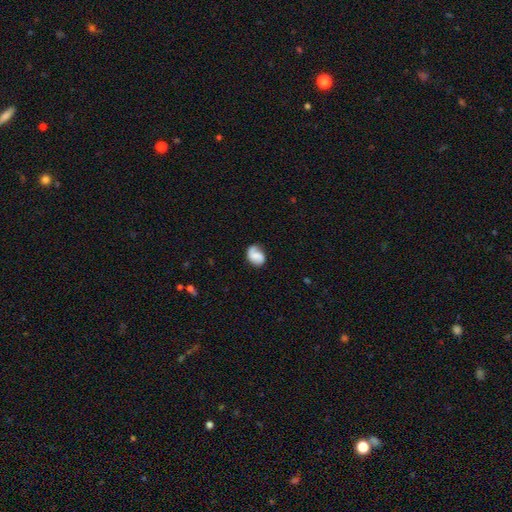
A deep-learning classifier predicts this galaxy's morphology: featured or disk 47%, smooth 44%, star or artifact 9%. Down the decision tree: merging — none (61%).